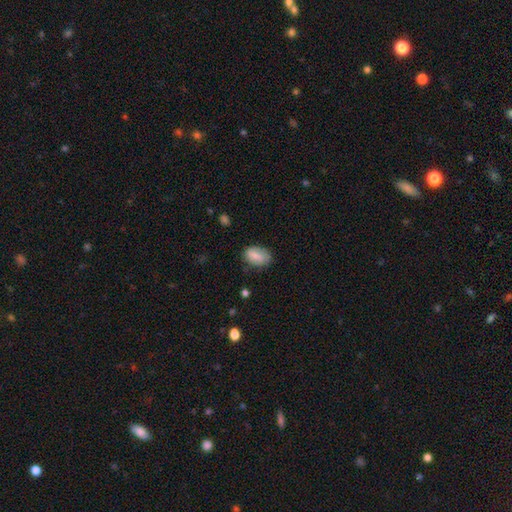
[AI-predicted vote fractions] A smooth galaxy with no disk features (79%) that is in between round and cigar-shaped (86%).

Vote fractions:
- Smooth or featured? smooth: 79% / featured or disk: 14% / star or artifact: 7%
- How rounded? in between: 86% / round: 13% / cigar-shaped: 1%
- Merging? none: 67% / minor disturbance: 25% / major disturbance: 6% / merger: 2%